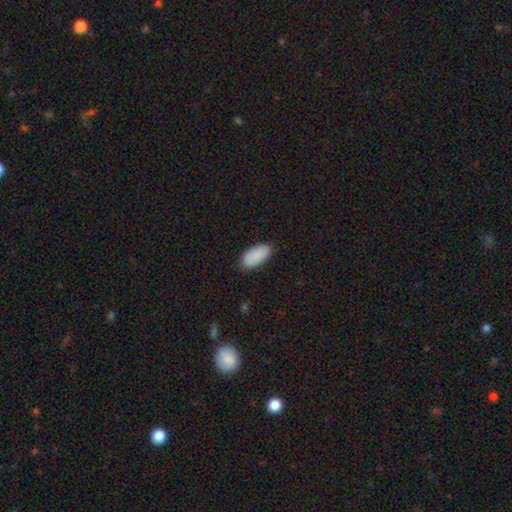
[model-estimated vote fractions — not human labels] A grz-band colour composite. It shows a smooth galaxy with no disk features (90%) that is in between round and cigar-shaped (93%). Merging: none (85%).